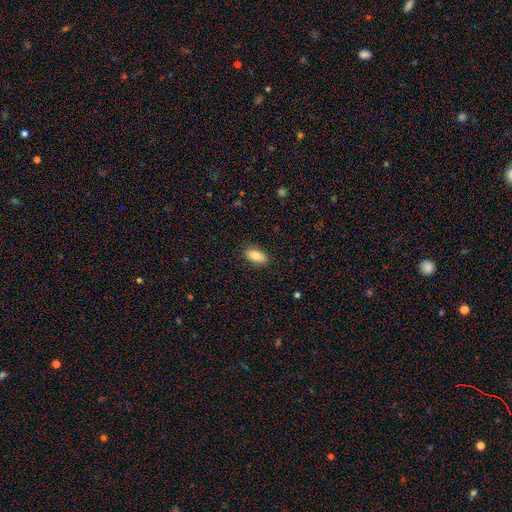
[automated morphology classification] Smooth or featured?
  - smooth: 84% *
  - featured or disk: 9%
  - star or artifact: 7%
How rounded?
  - in between: 90% *
  - cigar-shaped: 7%
  - round: 3%
Merging?
  - none: 87% *
  - minor disturbance: 9%
  - major disturbance: 2%
  - merger: 1%